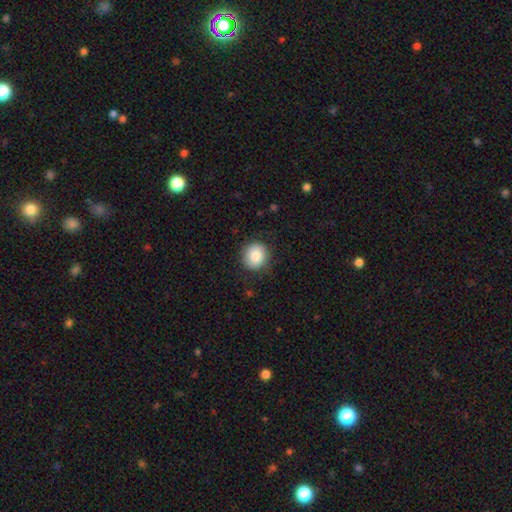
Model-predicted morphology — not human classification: The model was most divided on "how rounded": round: 86%, in between: 13%, cigar-shaped: 1%. More confident: merging — none (86%); smooth or featured — smooth (85%).